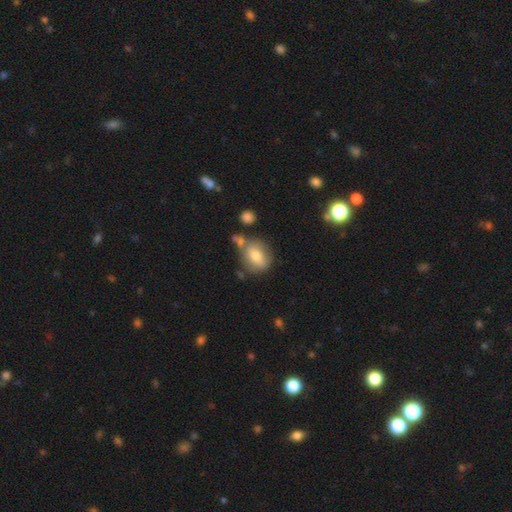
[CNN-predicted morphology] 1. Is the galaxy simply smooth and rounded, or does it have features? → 70% smooth, 21% featured or disk, 9% star or artifact.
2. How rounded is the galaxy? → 53% round, 45% in between, 2% cigar-shaped.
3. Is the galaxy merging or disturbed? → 58% none, 19% minor disturbance, 17% merger, 6% major disturbance.